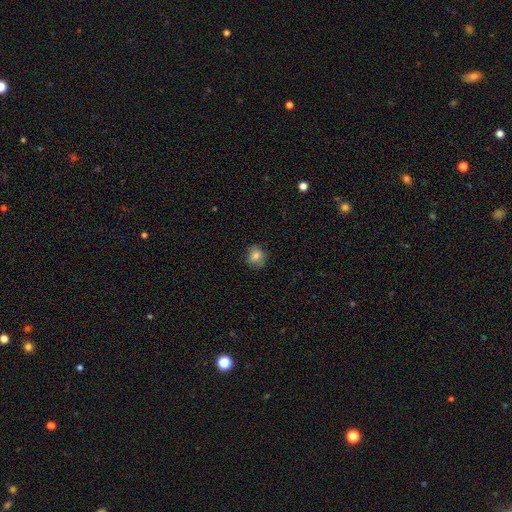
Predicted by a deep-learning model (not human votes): Smooth or featured? smooth (80%)
How rounded? round (83%)
Merging? none (80%)